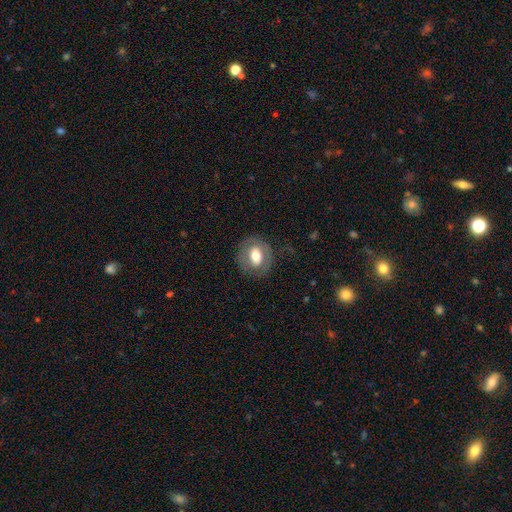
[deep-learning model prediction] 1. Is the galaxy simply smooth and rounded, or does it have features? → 57% smooth, 35% featured or disk, 8% star or artifact.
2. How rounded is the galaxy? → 56% round, 43% in between, 1% cigar-shaped.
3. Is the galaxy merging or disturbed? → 77% none, 14% minor disturbance, 8% major disturbance, 1% merger.